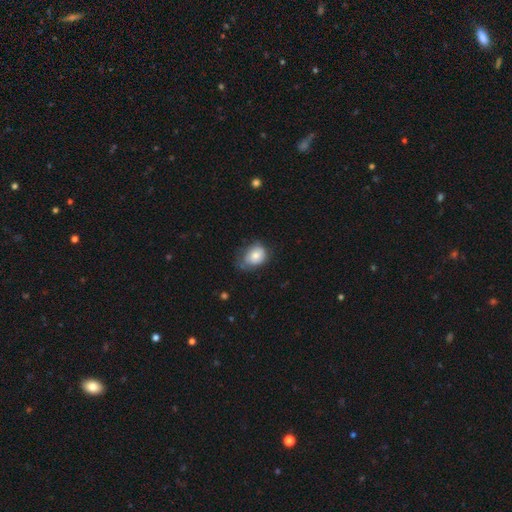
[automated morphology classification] A smooth galaxy with no disk features (75%) that is in between round and cigar-shaped (59%).

Vote fractions:
- Smooth or featured? smooth: 75% / featured or disk: 17% / star or artifact: 8%
- How rounded? in between: 59% / round: 40% / cigar-shaped: 1%
- Merging? none: 45% / minor disturbance: 39% / major disturbance: 15% / merger: 2%